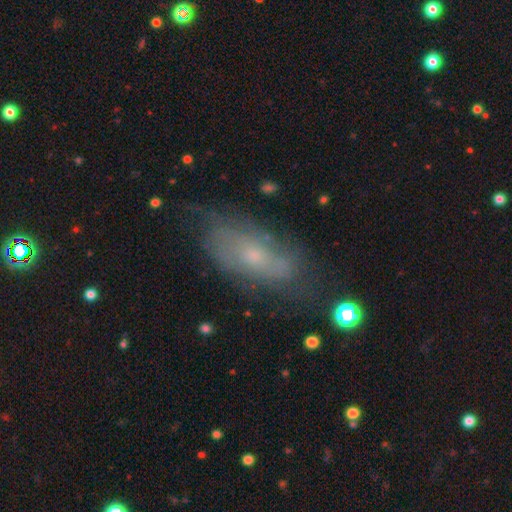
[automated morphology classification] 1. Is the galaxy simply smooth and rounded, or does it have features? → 54% featured or disk, 36% smooth, 10% star or artifact.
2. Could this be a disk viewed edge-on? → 86% no, 14% yes.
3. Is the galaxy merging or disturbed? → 63% none, 24% minor disturbance, 11% major disturbance, 2% merger.